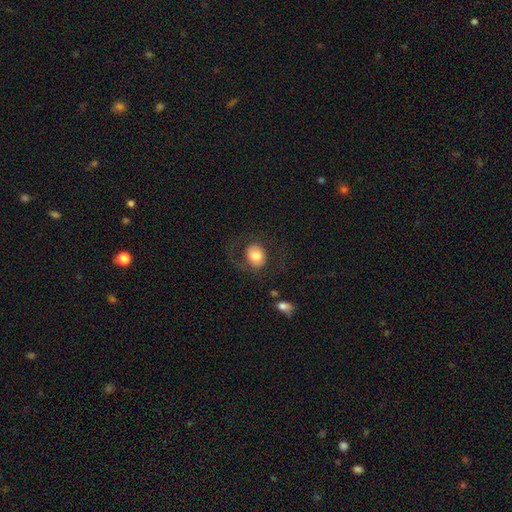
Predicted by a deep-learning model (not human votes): Overall: smooth (70%). How rounded: round (57%; in between 42%). Merging: none (68%).